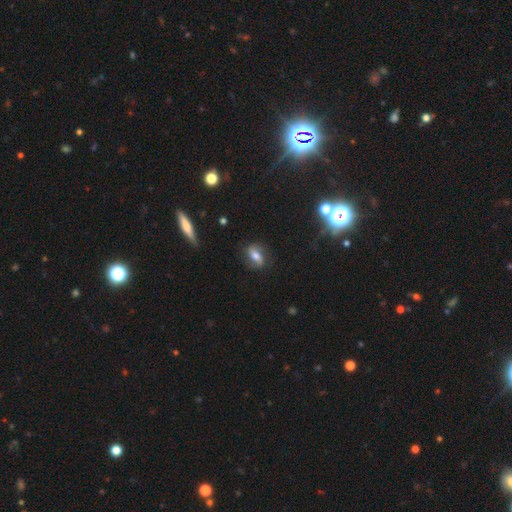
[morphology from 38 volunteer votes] Overall: smooth (58%; featured or disk 42%). How rounded: in between (55%; cigar-shaped 36%). Merging: none (76%).